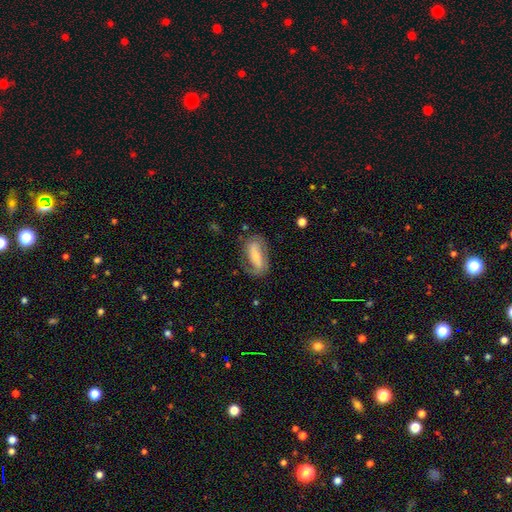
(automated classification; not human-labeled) The model was most divided on "spiral winding": medium: 41%, tight: 30%, loose: 29%. Remaining: edge-on disk — no (91%); spiral arms — yes (84%); spiral arm count — 2 (78%); merging — none (70%); smooth or featured — featured or disk (68%); bulge size — small (57%); bar — strong (46%).